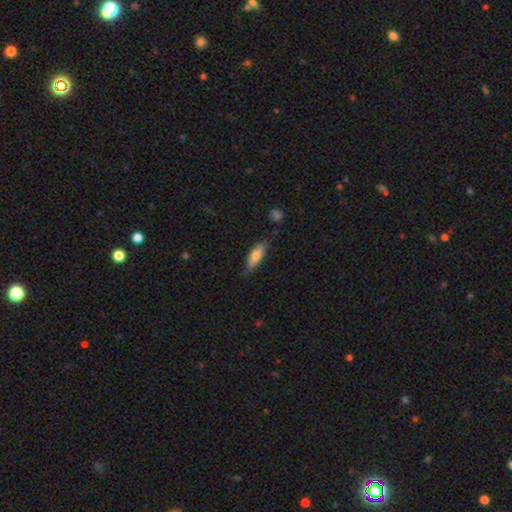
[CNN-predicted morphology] smooth 67%, featured or disk 27%, star or artifact 6%. Down the decision tree: how rounded — in between (51%); merging — none (76%).